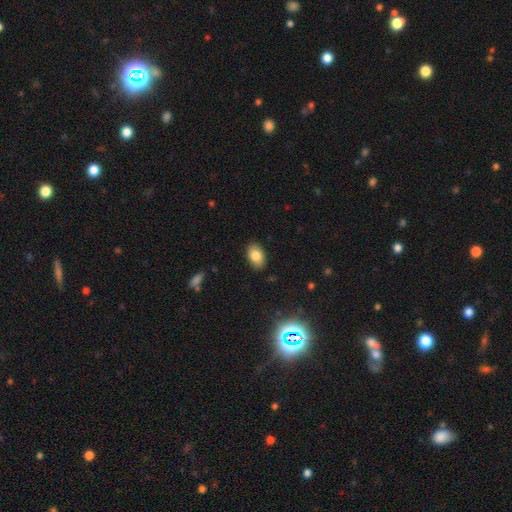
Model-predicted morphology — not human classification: smooth-or-featured: smooth: 83% | featured or disk: 9% | star or artifact: 8%
  how-rounded: in between: 89% | round: 9% | cigar-shaped: 1%
  merging: none: 87% | minor disturbance: 10% | major disturbance: 2% | merger: 1%